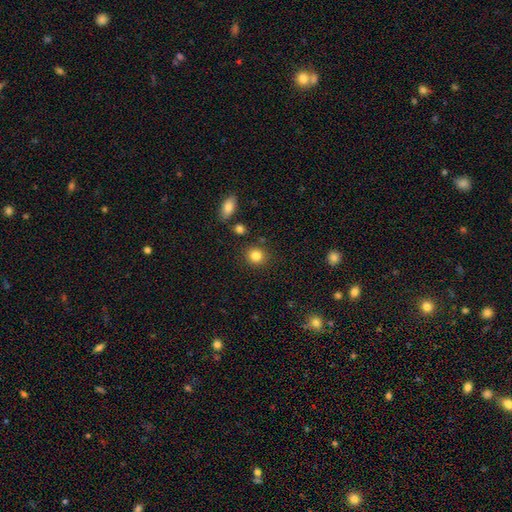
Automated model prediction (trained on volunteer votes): This appears to be a smooth galaxy with no disk features (84%) that is round (83%). Merging: none (85%).